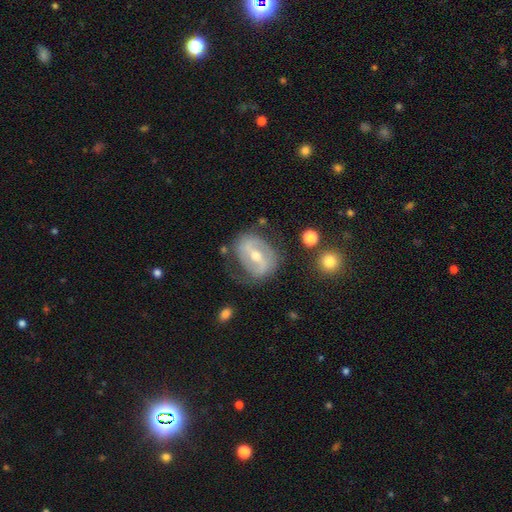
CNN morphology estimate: featured or disk 81%, smooth 14%, star or artifact 6%. Down the decision tree: edge-on disk — no (96%); bar — strong (54%); spiral arms — yes (81%); spiral arm count — 2 (81%); spiral winding — medium (42%); bulge size — moderate (63%); merging — none (69%).